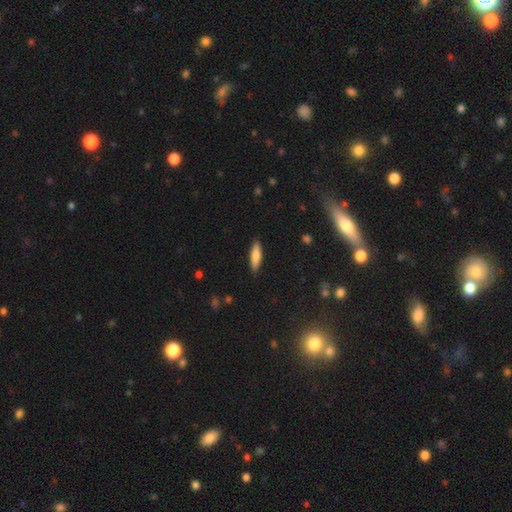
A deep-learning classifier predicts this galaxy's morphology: This appears to be a smooth galaxy with no disk features (76%) that is cigar-shaped (69%). Merging: none (88%).